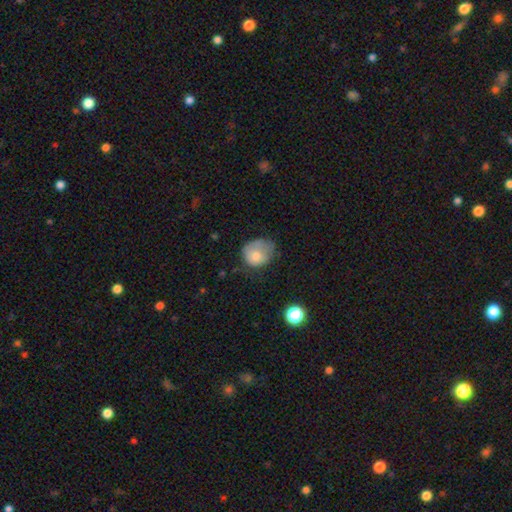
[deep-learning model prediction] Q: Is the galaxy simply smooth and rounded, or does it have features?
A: smooth — 72%.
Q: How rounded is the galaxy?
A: round — 58%.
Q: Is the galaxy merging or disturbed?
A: minor disturbance — 38%.